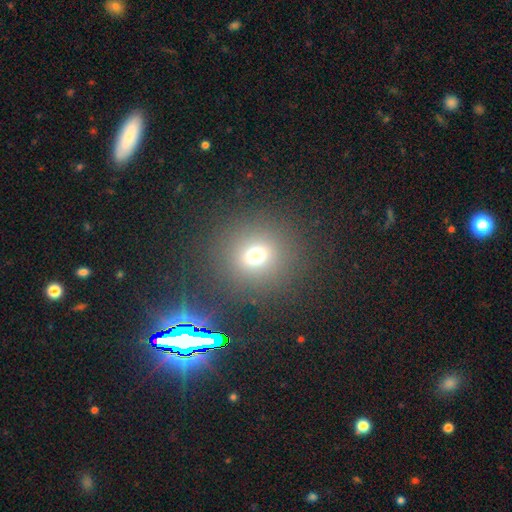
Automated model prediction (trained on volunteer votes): This appears to be a smooth galaxy with no disk features (70%) that is round (86%). Merging: none (82%).